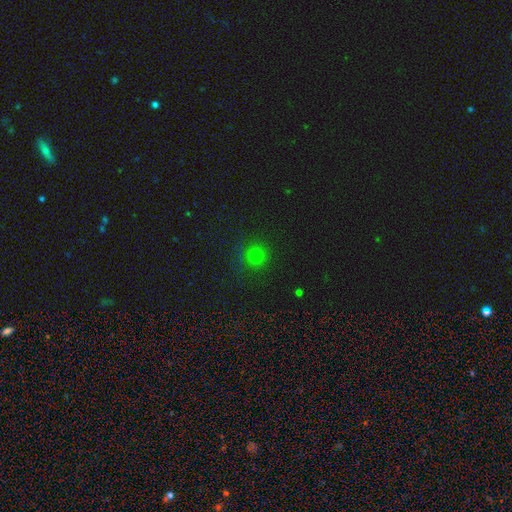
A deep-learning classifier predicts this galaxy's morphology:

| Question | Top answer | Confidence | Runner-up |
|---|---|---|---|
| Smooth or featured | smooth | 72% | star or artifact (22%) |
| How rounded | round | 94% | in between (5%) |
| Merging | none | 86% | minor disturbance (9%) |